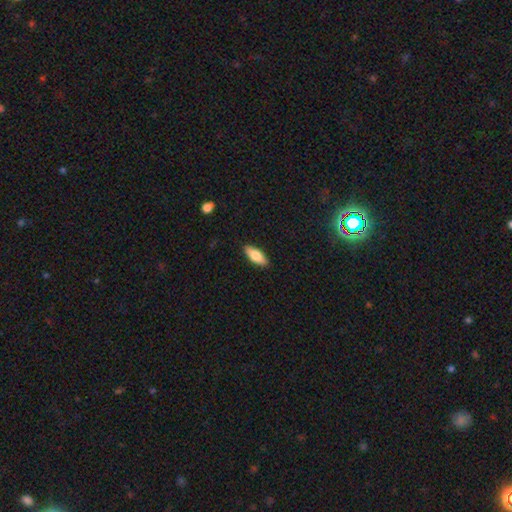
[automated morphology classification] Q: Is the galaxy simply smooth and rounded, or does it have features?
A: smooth — 72%.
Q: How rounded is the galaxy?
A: in between — 70%.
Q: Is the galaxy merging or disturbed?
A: none — 89%.